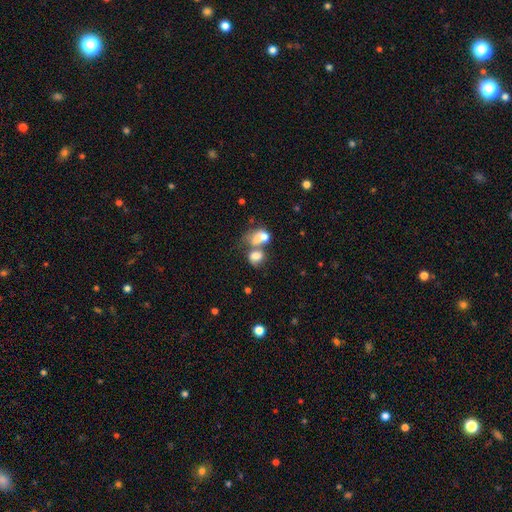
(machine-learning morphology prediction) Smooth or featured? Predicted: smooth (p=0.72). How rounded? Predicted: in between (p=0.60). Merging? Predicted: merger (p=0.59).